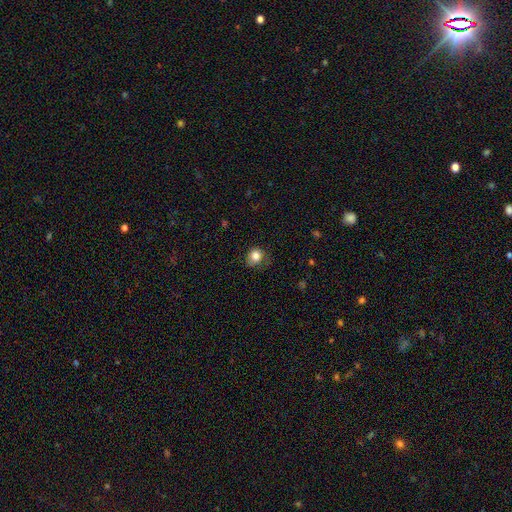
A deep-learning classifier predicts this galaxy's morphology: type=smooth (82%); roundness=round (76%); merging=none (64%).